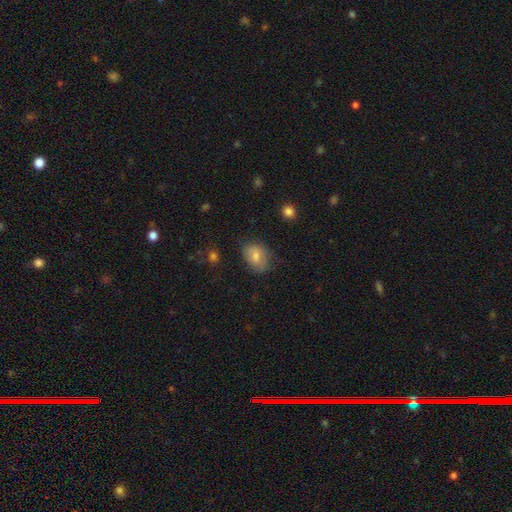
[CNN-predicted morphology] Q: Smooth or featured?
A: smooth (77%); runner-up: featured or disk (14%)
Q: How rounded?
A: in between (68%); runner-up: round (31%)
Q: Merging?
A: none (67%); runner-up: minor disturbance (25%)